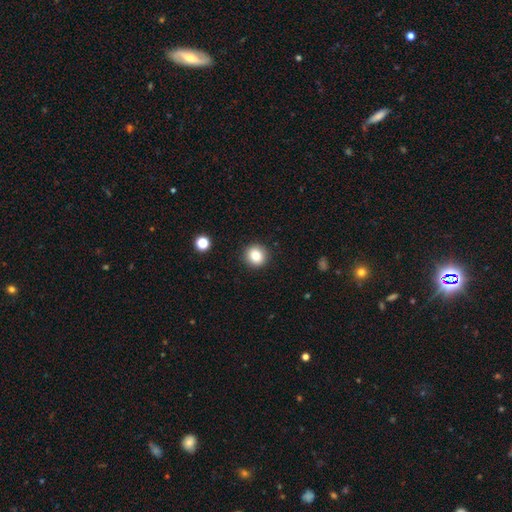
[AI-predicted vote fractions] Smooth or featured? Predicted: smooth (p=0.82). How rounded? Predicted: round (p=0.92). Merging? Predicted: none (p=0.92).